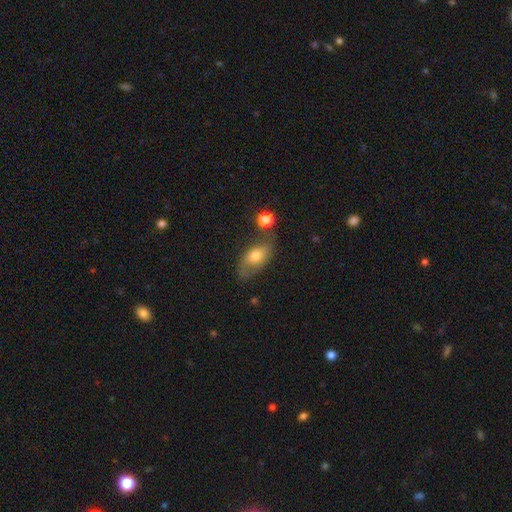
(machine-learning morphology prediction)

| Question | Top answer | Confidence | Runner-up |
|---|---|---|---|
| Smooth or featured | smooth | 64% | featured or disk (27%) |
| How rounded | in between | 87% | round (9%) |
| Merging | none | 53% | minor disturbance (26%) |